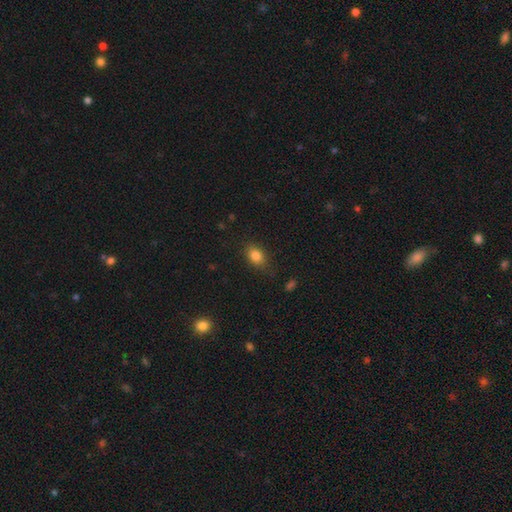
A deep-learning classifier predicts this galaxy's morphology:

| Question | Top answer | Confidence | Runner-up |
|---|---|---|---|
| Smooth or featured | smooth | 83% | star or artifact (10%) |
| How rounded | in between | 76% | round (22%) |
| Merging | none | 78% | minor disturbance (16%) |